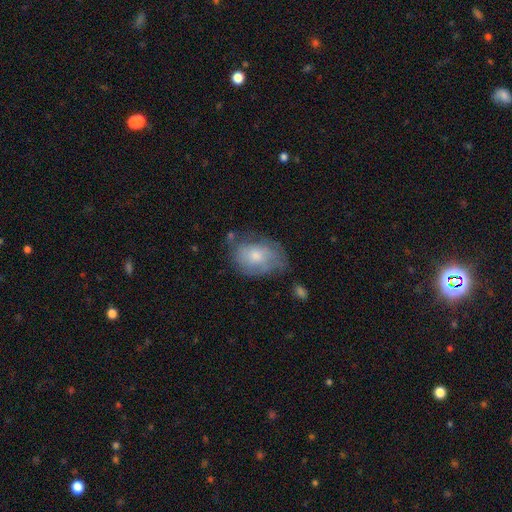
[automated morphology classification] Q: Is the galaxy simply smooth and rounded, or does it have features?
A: smooth — 56%.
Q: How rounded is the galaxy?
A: in between — 76%.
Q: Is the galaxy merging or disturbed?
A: none — 51%.